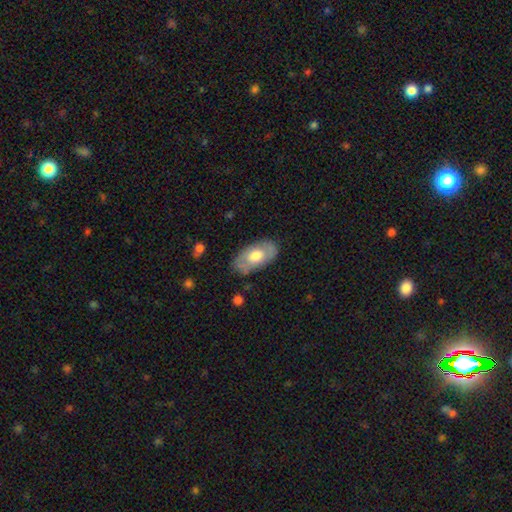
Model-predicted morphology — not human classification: A smooth galaxy with no disk features (52%) that is in between round and cigar-shaped (93%). Merging: none (77%).